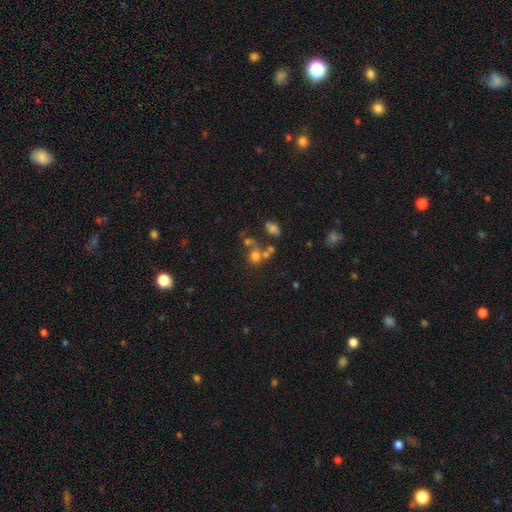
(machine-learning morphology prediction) Q: Smooth or featured?
A: smooth (51%); runner-up: star or artifact (31%)
Q: How rounded?
A: round (77%); runner-up: in between (21%)
Q: Merging?
A: none (45%); runner-up: merger (37%)